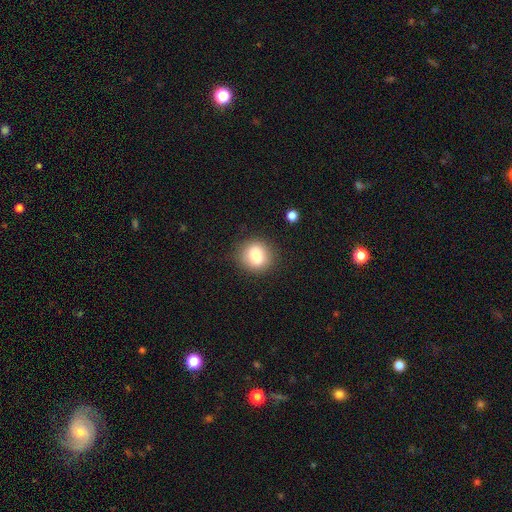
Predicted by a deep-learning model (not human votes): Smooth or featured?
  - smooth: 84% *
  - star or artifact: 9%
  - featured or disk: 7%
How rounded?
  - round: 79% *
  - in between: 20%
  - cigar-shaped: 1%
Merging?
  - none: 83% *
  - minor disturbance: 12%
  - major disturbance: 4%
  - merger: 2%